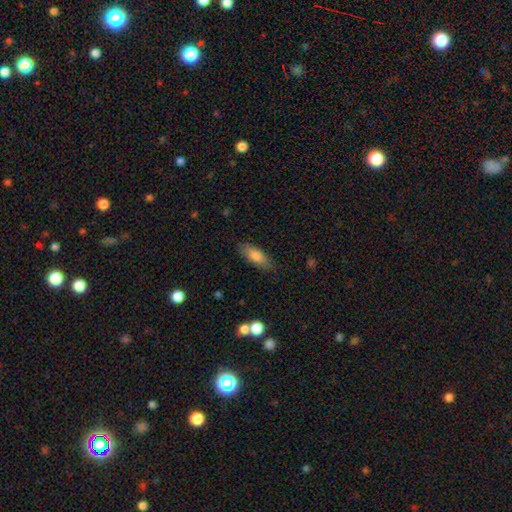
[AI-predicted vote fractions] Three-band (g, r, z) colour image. It shows a smooth galaxy with no disk features (80%) that is in between round and cigar-shaped (66%). Merging: none (84%).